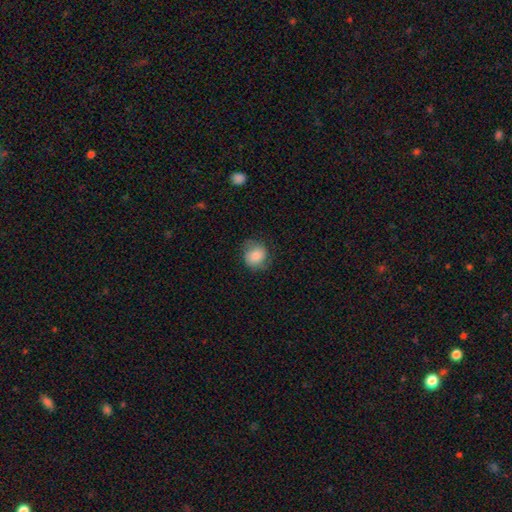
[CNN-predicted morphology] The model was most divided on "merging": none: 69%, minor disturbance: 22%, major disturbance: 8%, merger: 1%. More confident: how rounded — round (79%); smooth or featured — smooth (73%).